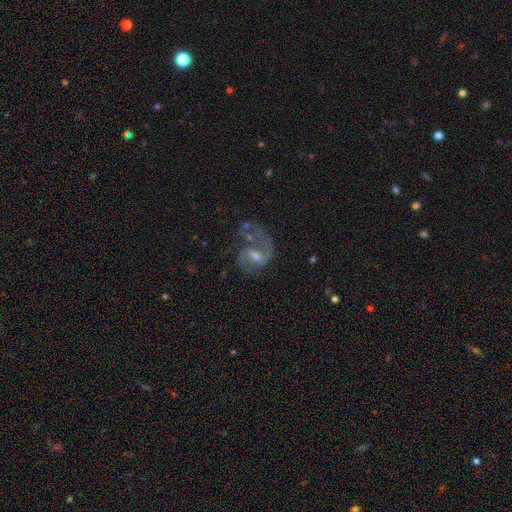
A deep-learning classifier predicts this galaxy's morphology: smooth_or_featured: featured or disk (p=0.84) [alt: star or artifact p=0.08]
disk_edge_on: no (p=0.98) [alt: yes p=0.02]
bar: weak (p=0.56) [alt: no p=0.28]
has_spiral_arms: yes (p=0.95) [alt: no p=0.05]
spiral_winding: medium (p=0.49) [alt: loose p=0.39]
spiral_arm_count: 2 (p=0.82) [alt: 1 p=0.10]
bulge_size: moderate (p=0.46) [alt: small p=0.41]
merging: none (p=0.53) [alt: major disturbance p=0.21]